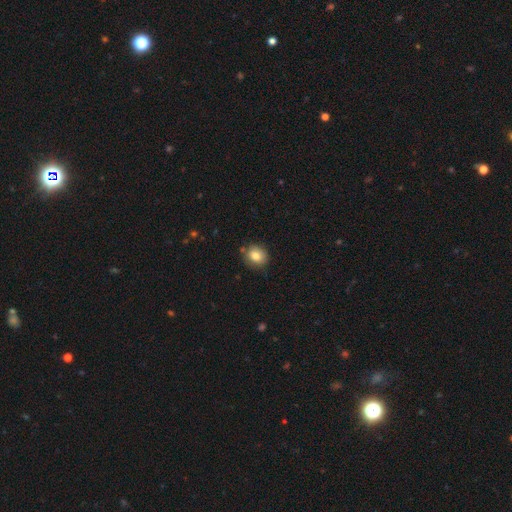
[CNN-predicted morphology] Overall: smooth (82%). How rounded: round (68%; in between 31%). Merging: none (82%).